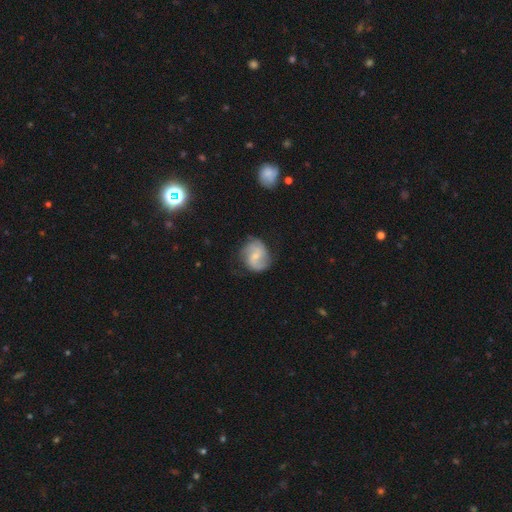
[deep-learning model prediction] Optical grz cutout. It shows a featured or disk galaxy (72%) with a weak bar (54%), 2 (81%) medium (48%) spiral arms (94%) and a small central bulge (55%). Merging: none (72%).